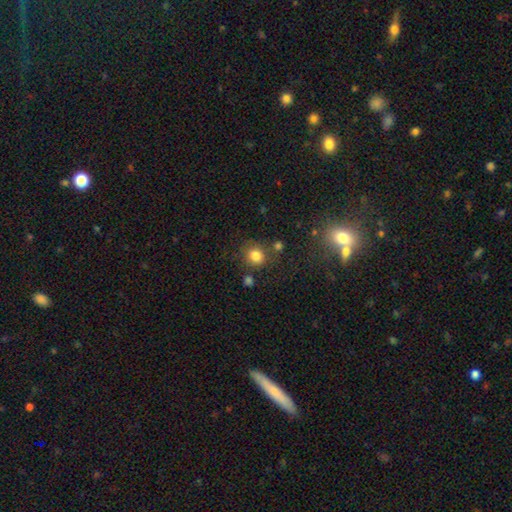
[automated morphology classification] Smooth or featured?
  - smooth: 82% *
  - star or artifact: 11%
  - featured or disk: 7%
How rounded?
  - round: 85% *
  - in between: 14%
  - cigar-shaped: 1%
Merging?
  - none: 74% *
  - minor disturbance: 12%
  - merger: 9%
  - major disturbance: 5%